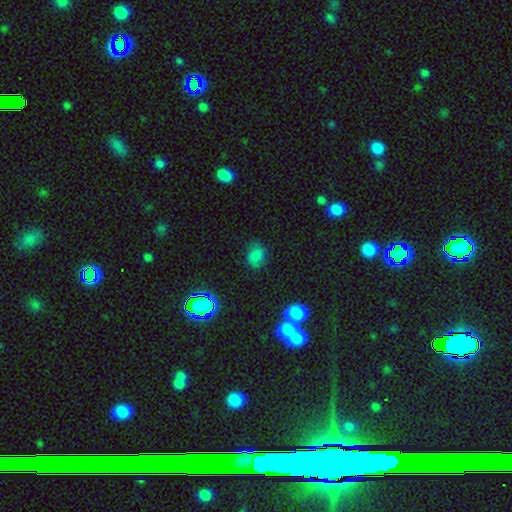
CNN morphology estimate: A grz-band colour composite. It shows a smooth galaxy with no disk features (72%) that is in between round and cigar-shaped (58%). Merging: none (72%).